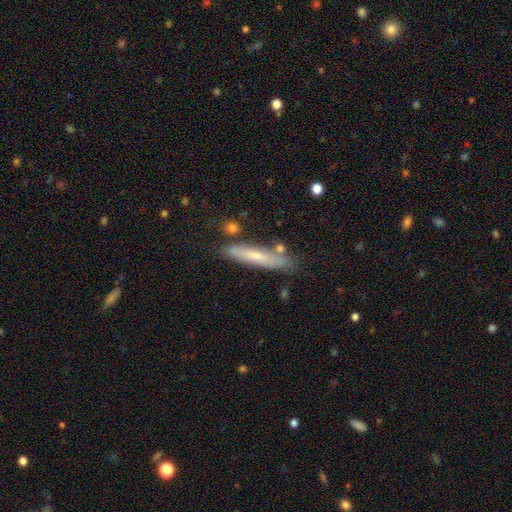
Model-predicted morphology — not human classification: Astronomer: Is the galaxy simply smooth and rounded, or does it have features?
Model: smooth — 59%.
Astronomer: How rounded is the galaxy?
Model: cigar-shaped — 90%.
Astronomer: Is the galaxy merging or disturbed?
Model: none — 75%.